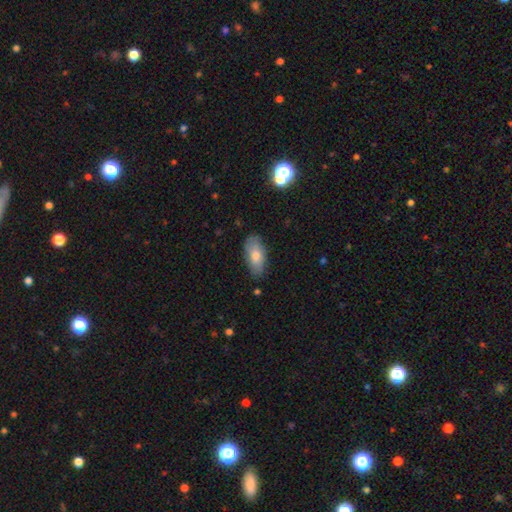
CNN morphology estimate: This is likely a smooth galaxy (71%). How rounded: clearly in between (89%). Merging: likely none (79%).